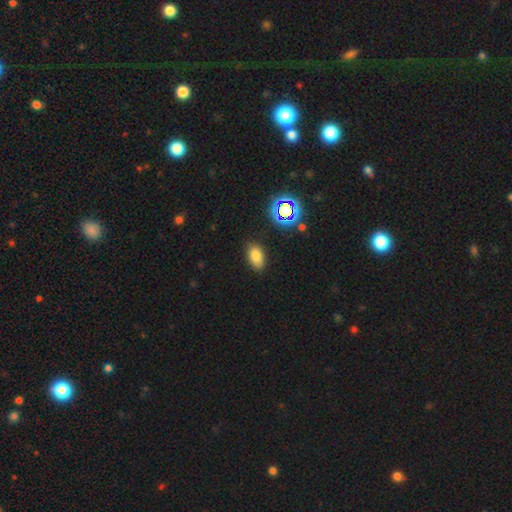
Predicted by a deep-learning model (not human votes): Overall: smooth (77%). How rounded: in between (90%). Merging: none (83%).